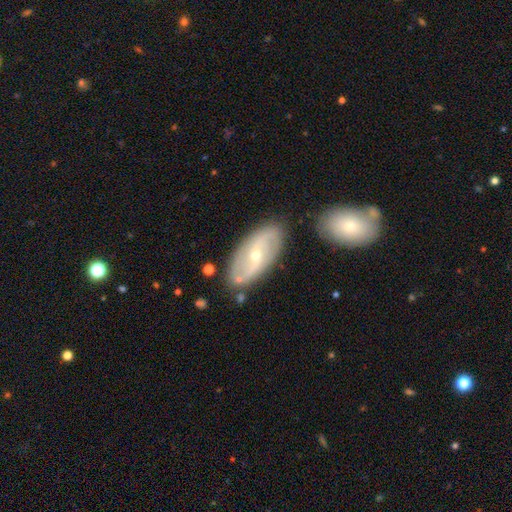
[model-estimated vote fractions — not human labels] This appears to be a featured or disk galaxy (74%) with no bar (46%), 2 (83%) loose (45%) spiral arms (82%) and a small central bulge (66%). Merging: none (79%).